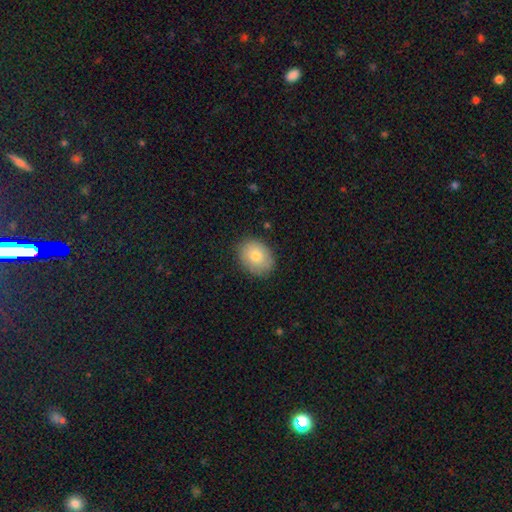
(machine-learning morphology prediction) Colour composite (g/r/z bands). It shows a smooth galaxy with no disk features (78%) that is round (50%). Merging: none (85%).